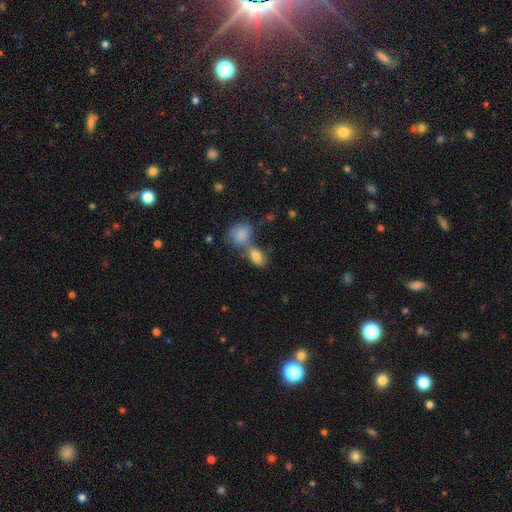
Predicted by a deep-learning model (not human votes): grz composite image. It shows a smooth galaxy with no disk features (80%) that is in between round and cigar-shaped (83%). Merging: merger (53%).